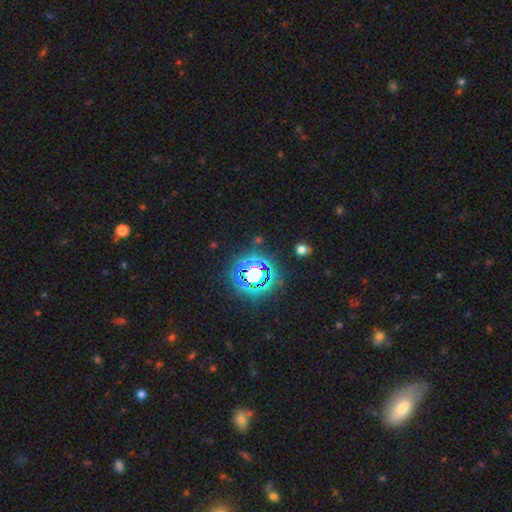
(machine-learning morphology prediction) Smooth or featured? Predicted: star or artifact (p=0.78).